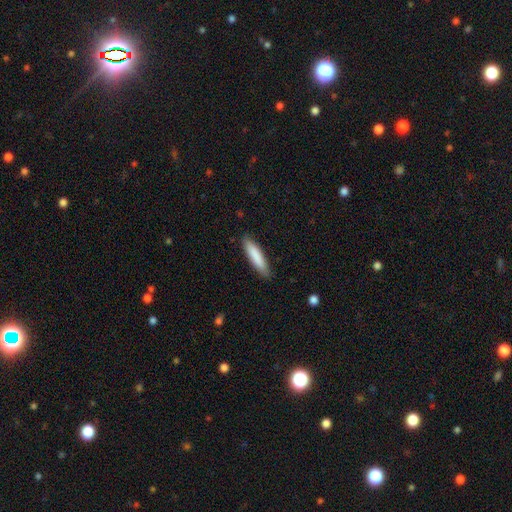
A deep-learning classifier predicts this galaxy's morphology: Smooth or featured? smooth (85%)
How rounded? cigar-shaped (79%)
Merging? none (87%)